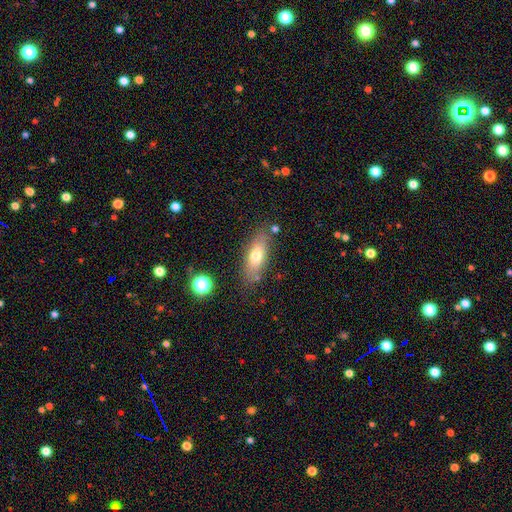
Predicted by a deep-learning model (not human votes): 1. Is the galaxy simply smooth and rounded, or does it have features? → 69% smooth, 23% featured or disk, 8% star or artifact.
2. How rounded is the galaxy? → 68% in between, 28% cigar-shaped, 3% round.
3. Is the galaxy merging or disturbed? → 77% none, 14% minor disturbance, 4% merger, 4% major disturbance.